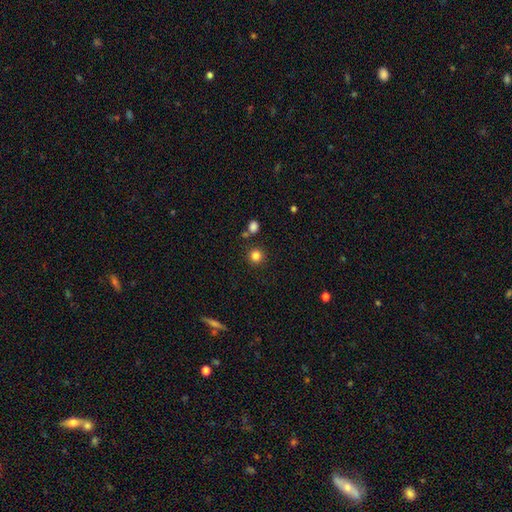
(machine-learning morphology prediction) This is clearly a smooth galaxy (83%). How rounded: clearly round (93%). Merging: clearly none (85%).